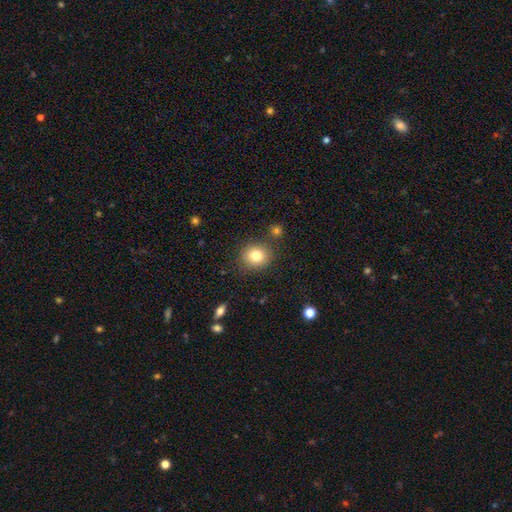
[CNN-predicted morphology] A smooth galaxy with no disk features (80%) that is round (84%).

Vote fractions:
- Smooth or featured? smooth: 80% / star or artifact: 11% / featured or disk: 9%
- How rounded? round: 84% / in between: 16% / cigar-shaped: 1%
- Merging? none: 84% / minor disturbance: 9% / merger: 4% / major disturbance: 3%